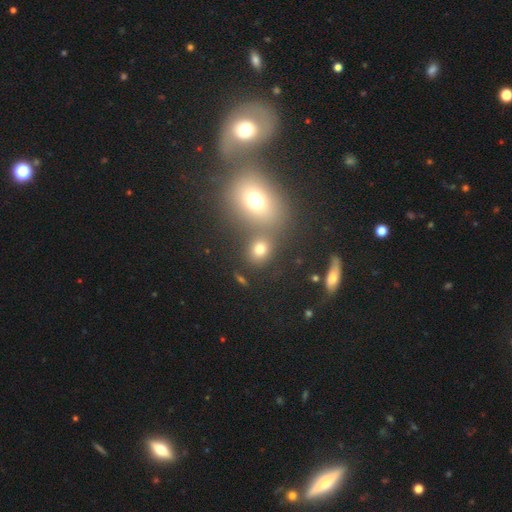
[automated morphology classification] type=smooth (60%); roundness=round (62%); merging=none (52%).